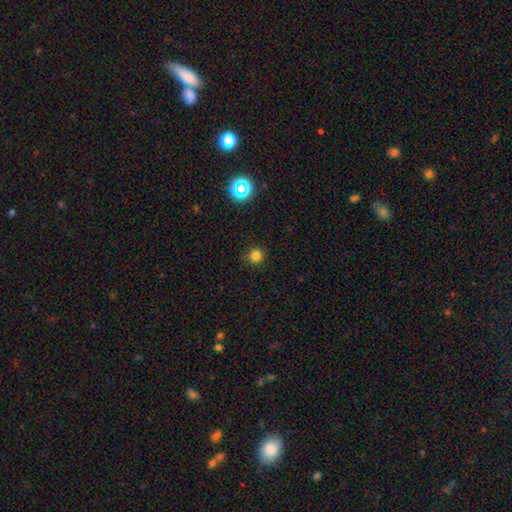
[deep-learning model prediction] smooth 80%, star or artifact 16%, featured or disk 4%. Down the decision tree: how rounded — round (94%); merging — none (89%).